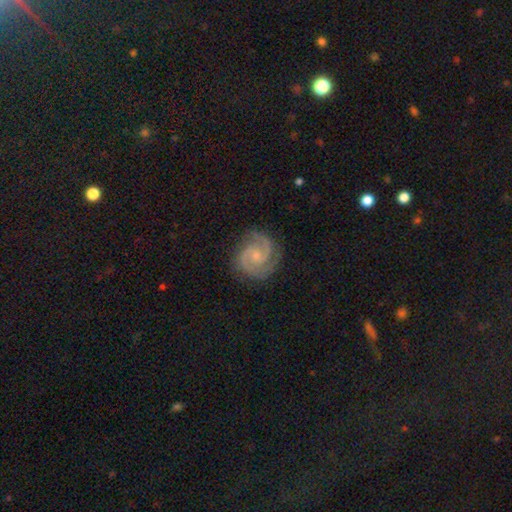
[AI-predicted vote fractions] Overall: featured or disk (92%). Edge-on disk: no (98%). Bar: no (59%; weak 35%). Spiral arms: yes (99%). Spiral arm count: 2 (90%). Spiral winding: tight (48%; medium 46%). Bulge size: small (62%; moderate 26%). Merging: none (83%).